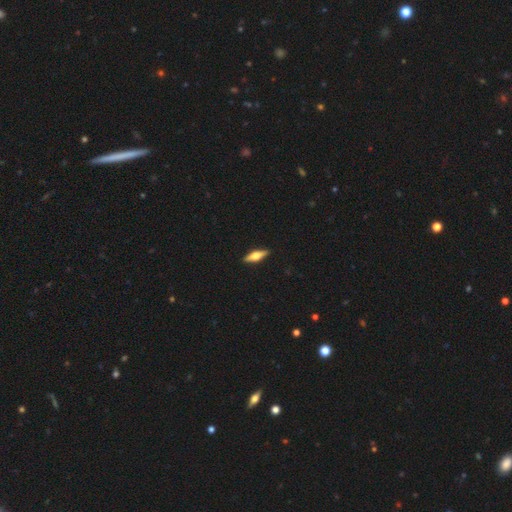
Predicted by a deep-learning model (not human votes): The model was most divided on "smooth or featured": featured or disk: 54%, smooth: 40%, star or artifact: 6%. More confident: edge-on disk — yes (95%); edge-on bulge — rounded (93%); merging — none (91%).